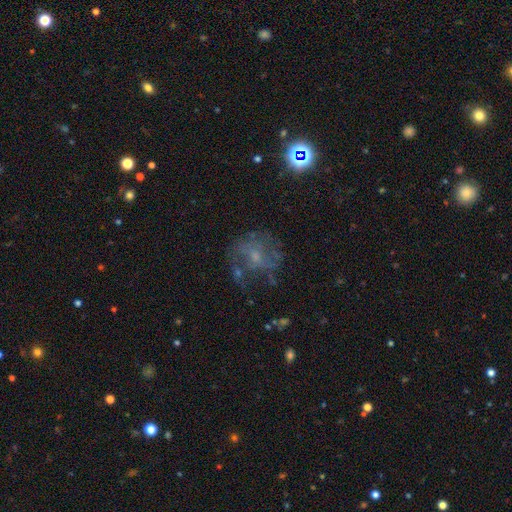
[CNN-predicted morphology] This appears to be a featured or disk galaxy (57%) with no bar (67%), spiral arms (63%) and a small central bulge (55%). Merging: none (56%).